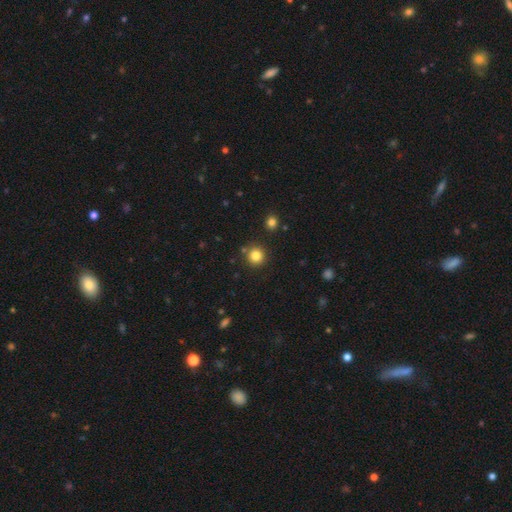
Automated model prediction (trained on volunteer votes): The model was most divided on "smooth or featured": smooth: 82%, star or artifact: 12%, featured or disk: 6%. More confident: how rounded — round (93%); merging — none (84%).